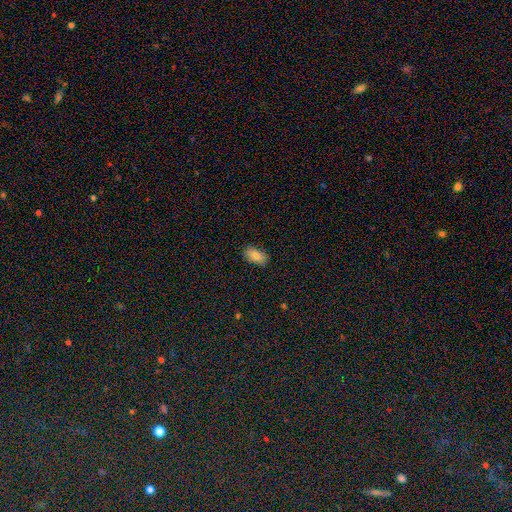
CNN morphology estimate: This is clearly a smooth galaxy (84%). How rounded: clearly in between (92%). Merging: clearly none (86%).